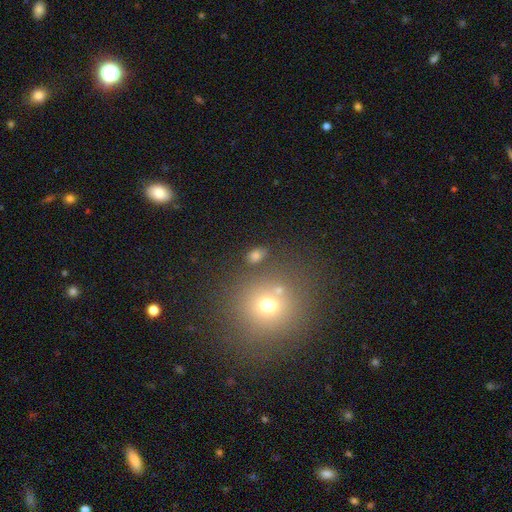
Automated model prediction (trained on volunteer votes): smooth 72%, star or artifact 18%, featured or disk 10%. Down the decision tree: how rounded — in between (65%); merging — none (74%).